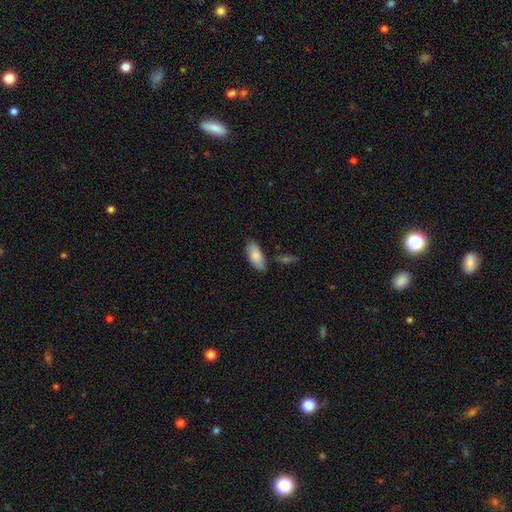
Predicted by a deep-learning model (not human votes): A smooth galaxy with no disk features (81%) that is in between round and cigar-shaped (90%).

Vote fractions:
- Smooth or featured? smooth: 81% / featured or disk: 13% / star or artifact: 6%
- How rounded? in between: 90% / cigar-shaped: 8% / round: 2%
- Merging? none: 74% / minor disturbance: 17% / merger: 6% / major disturbance: 3%